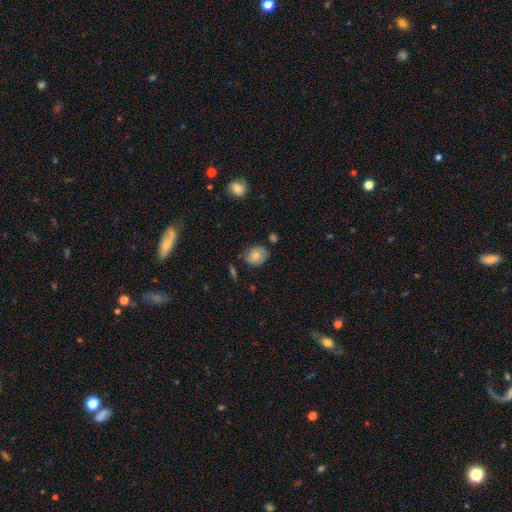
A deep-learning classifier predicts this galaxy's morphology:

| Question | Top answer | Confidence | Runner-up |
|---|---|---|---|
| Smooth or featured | smooth | 69% | featured or disk (22%) |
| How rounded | round | 61% | in between (38%) |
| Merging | none | 68% | minor disturbance (24%) |